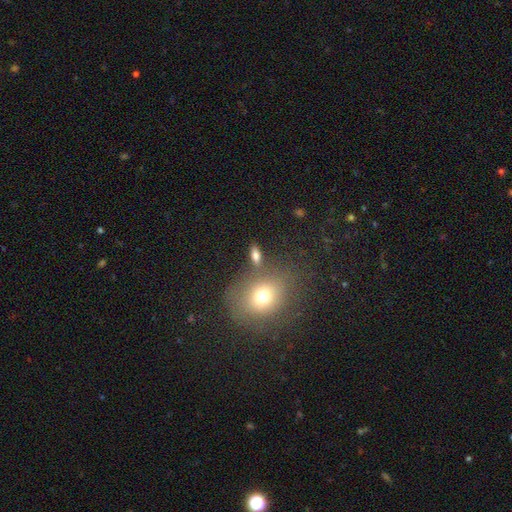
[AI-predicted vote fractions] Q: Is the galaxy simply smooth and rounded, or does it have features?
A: smooth — 73%.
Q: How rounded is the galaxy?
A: in between — 67%.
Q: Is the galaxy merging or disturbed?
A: none — 74%.